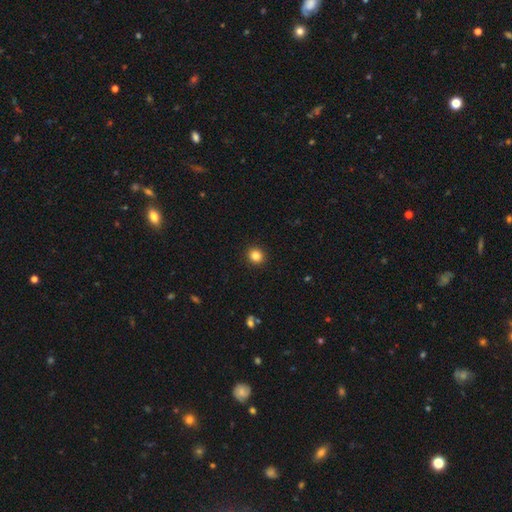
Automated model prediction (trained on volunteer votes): Smooth or featured?
  - smooth: 85% *
  - star or artifact: 11%
  - featured or disk: 4%
How rounded?
  - round: 90% *
  - in between: 9%
  - cigar-shaped: 1%
Merging?
  - none: 93% *
  - minor disturbance: 5%
  - major disturbance: 2%
  - merger: 1%